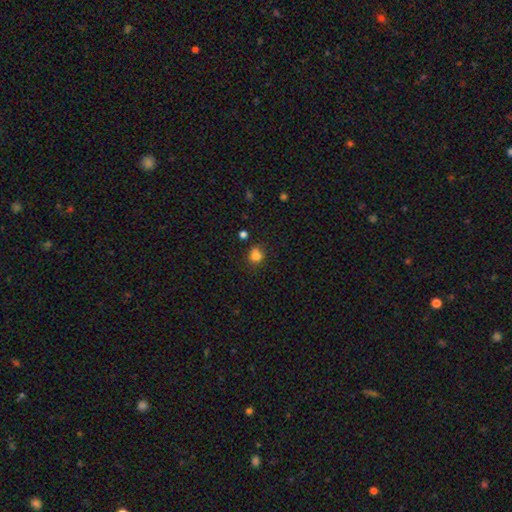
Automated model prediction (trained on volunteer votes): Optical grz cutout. It shows a smooth galaxy with no disk features (79%) that is round (70%). Merging: none (59%).